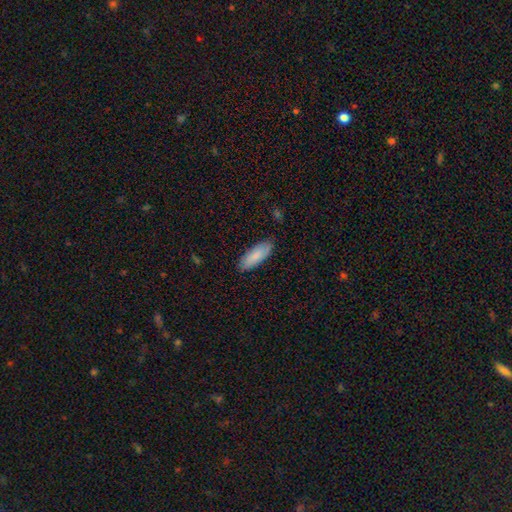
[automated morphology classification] smooth_or_featured: smooth (p=0.85) [alt: featured or disk p=0.10]
how_rounded: in between (p=0.66) [alt: cigar-shaped p=0.32]
merging: none (p=0.86) [alt: minor disturbance p=0.11]